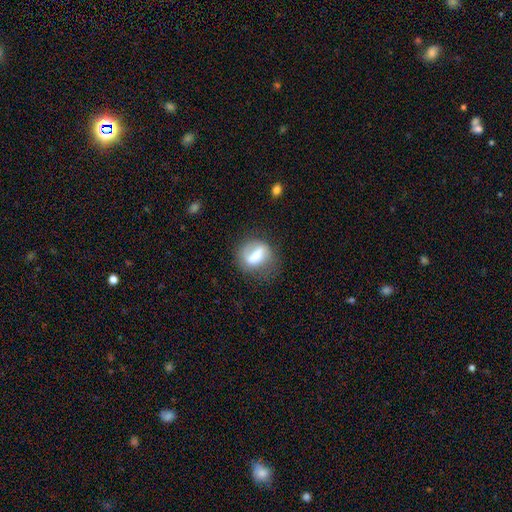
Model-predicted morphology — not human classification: type=smooth (50%); roundness=in between (50%); merging=none (60%).